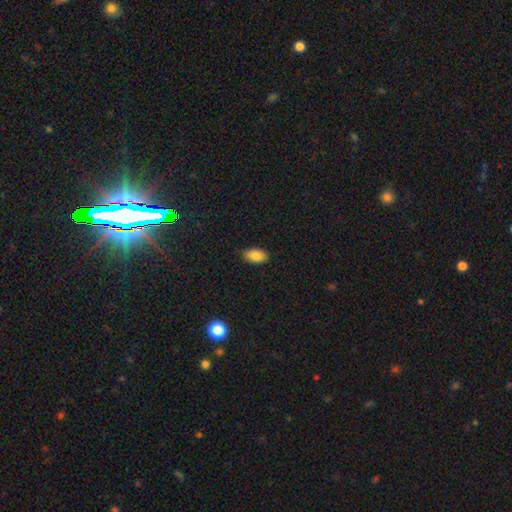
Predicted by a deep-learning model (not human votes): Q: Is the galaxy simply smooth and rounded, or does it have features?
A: smooth — 86%.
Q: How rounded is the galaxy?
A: in between — 93%.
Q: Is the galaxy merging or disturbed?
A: none — 86%.